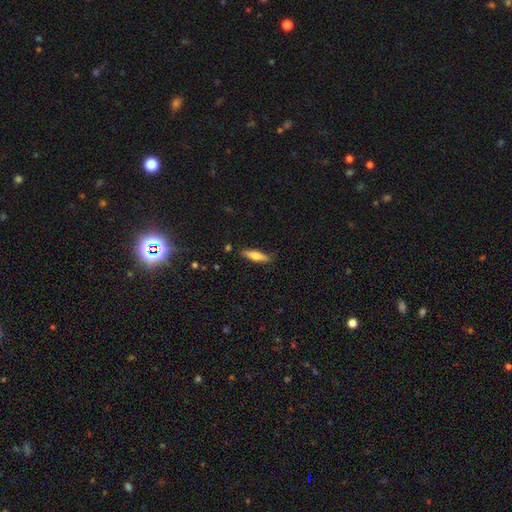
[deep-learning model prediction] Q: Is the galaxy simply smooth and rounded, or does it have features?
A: smooth — 58%.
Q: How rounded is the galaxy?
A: cigar-shaped — 66%.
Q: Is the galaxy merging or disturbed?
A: none — 85%.